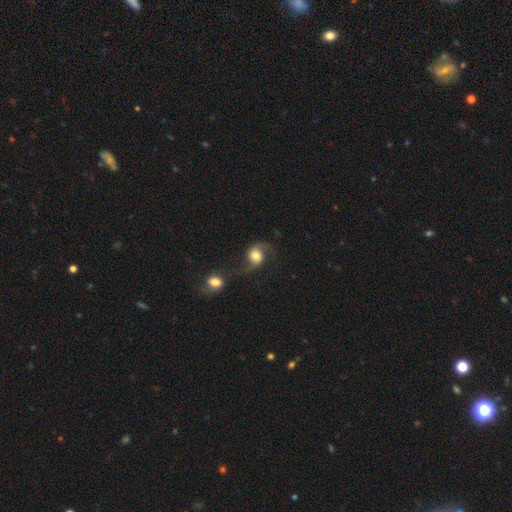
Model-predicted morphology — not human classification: A featured or disk galaxy (62%) with no bar (66%), 2 (86%) loose (74%) spiral arms (91%) and a large central bulge (41%). Merging: none (44%).